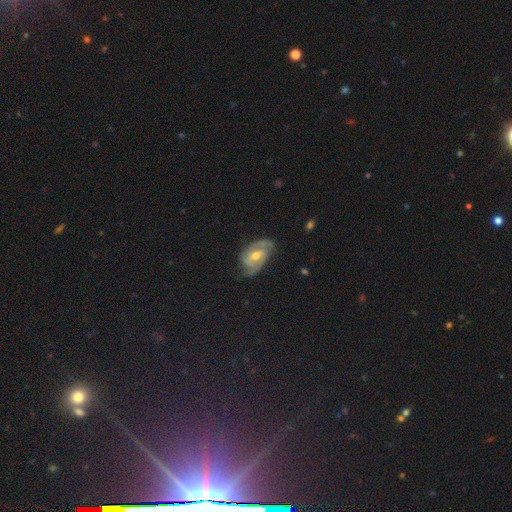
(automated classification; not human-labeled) The model was most divided on "spiral winding": medium: 45%, tight: 41%, loose: 13%. Remaining: edge-on disk — no (97%); spiral arms — yes (96%); smooth or featured — featured or disk (84%); spiral arm count — 2 (81%); merging — none (73%); bulge size — moderate (68%); bar — weak (46%).